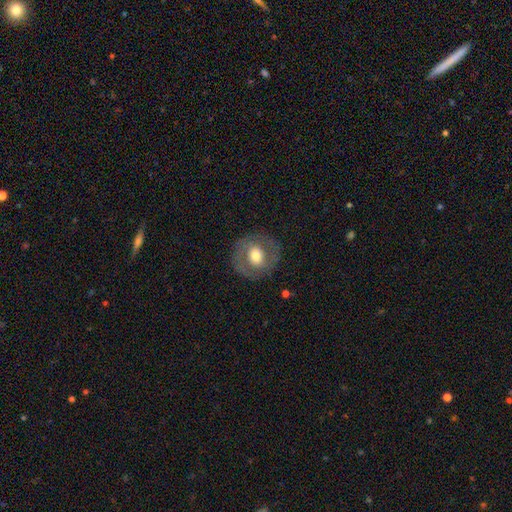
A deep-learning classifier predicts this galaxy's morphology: smooth_or_featured: smooth (p=0.51) [alt: featured or disk p=0.42]
how_rounded: round (p=0.84) [alt: in between p=0.15]
merging: none (p=0.82) [alt: minor disturbance p=0.10]